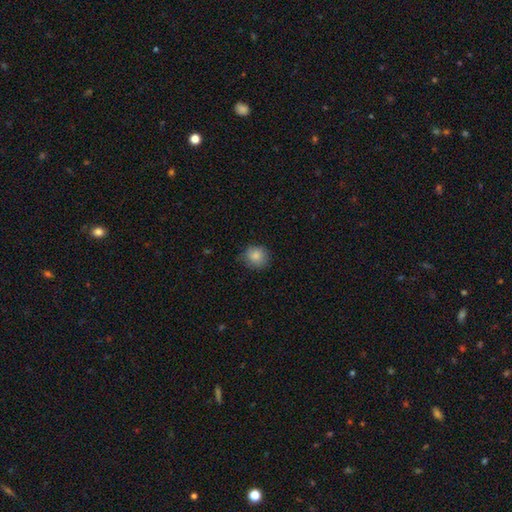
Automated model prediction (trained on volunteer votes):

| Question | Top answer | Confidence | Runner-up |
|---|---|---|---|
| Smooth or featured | smooth | 86% | star or artifact (9%) |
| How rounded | round | 85% | in between (14%) |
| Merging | none | 78% | minor disturbance (17%) |